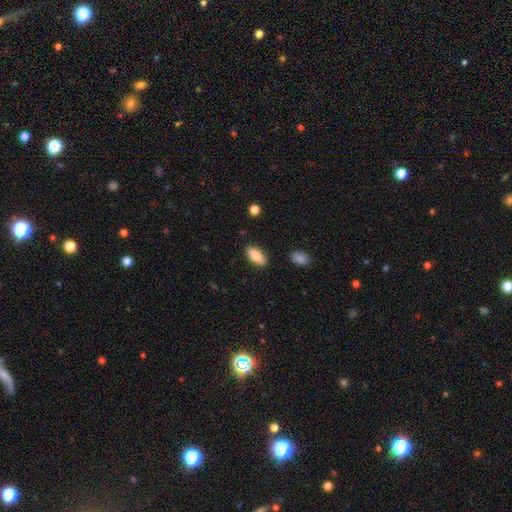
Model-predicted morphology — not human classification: The model was most divided on "smooth or featured": smooth: 81%, featured or disk: 12%, star or artifact: 7%. More confident: merging — none (87%); how rounded — in between (85%).